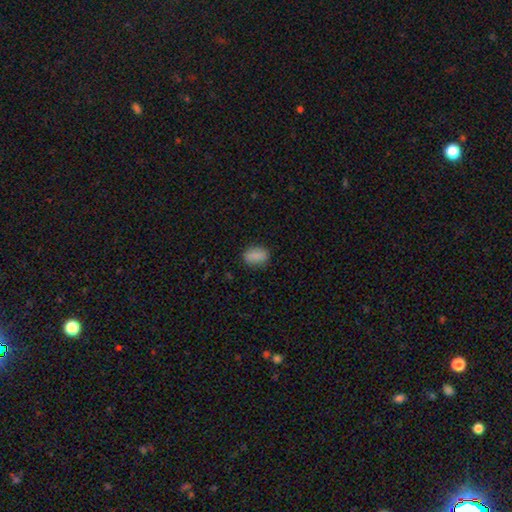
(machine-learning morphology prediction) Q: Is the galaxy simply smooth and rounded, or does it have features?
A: smooth — 87%.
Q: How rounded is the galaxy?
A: in between — 82%.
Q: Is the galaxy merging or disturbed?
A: none — 84%.